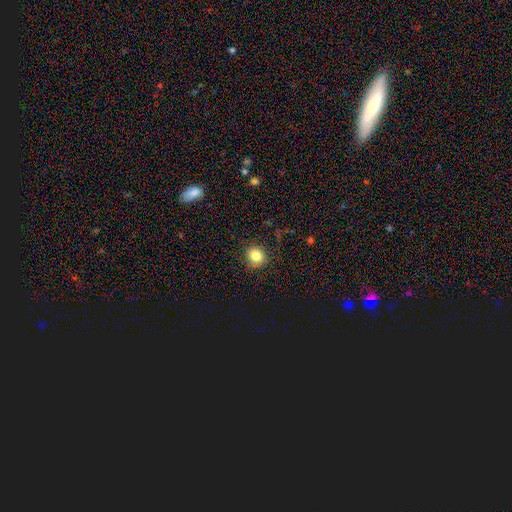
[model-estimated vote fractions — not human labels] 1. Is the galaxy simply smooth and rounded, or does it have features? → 82% smooth, 11% star or artifact, 6% featured or disk.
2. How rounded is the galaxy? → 86% round, 13% in between, 1% cigar-shaped.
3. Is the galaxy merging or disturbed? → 87% none, 9% minor disturbance, 3% major disturbance, 1% merger.